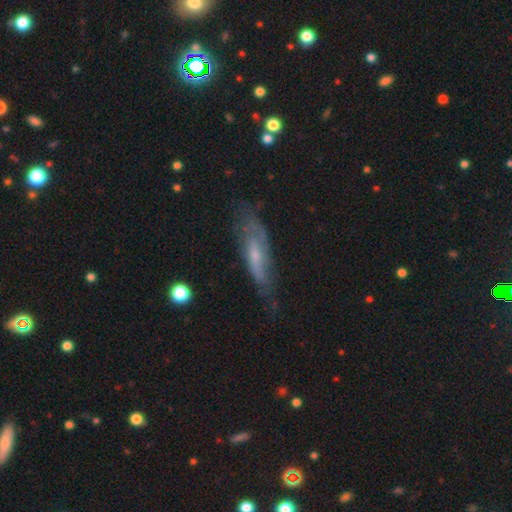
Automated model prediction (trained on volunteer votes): Smooth or featured: featured or disk — 57% (smooth — 35%)
Edge-on disk: no — 66% (yes — 34%)
Merging: none — 58% (minor disturbance — 27%)